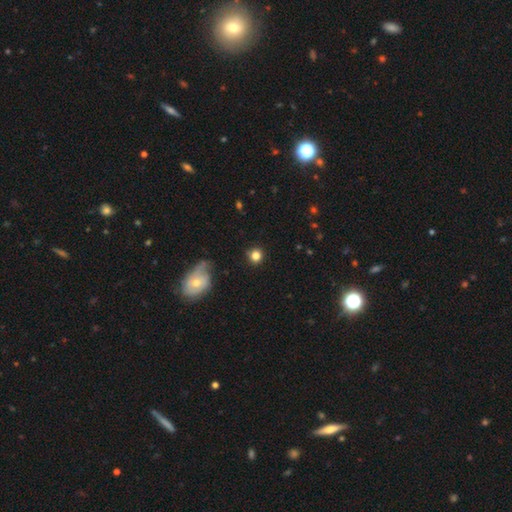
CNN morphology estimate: Smooth or featured? smooth (82%)
How rounded? round (91%)
Merging? none (85%)